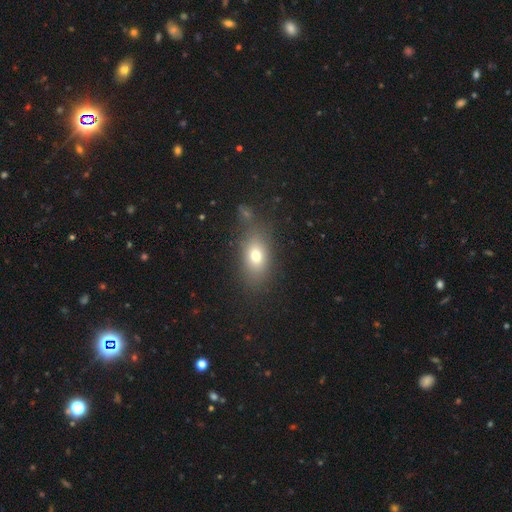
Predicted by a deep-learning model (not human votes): Smooth or featured?
  - smooth: 73% *
  - featured or disk: 15%
  - star or artifact: 12%
How rounded?
  - in between: 77% *
  - round: 19%
  - cigar-shaped: 3%
Merging?
  - none: 66% *
  - minor disturbance: 14%
  - merger: 13%
  - major disturbance: 8%